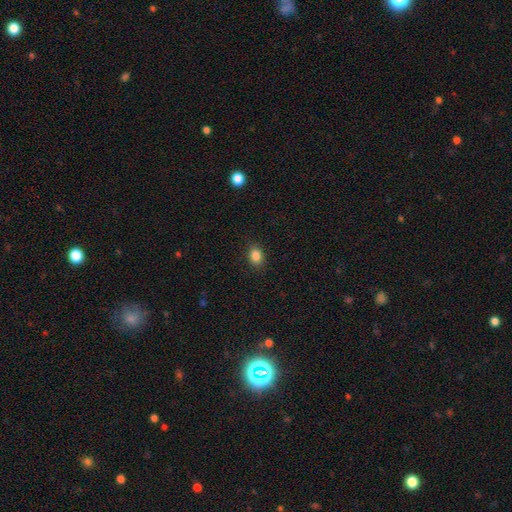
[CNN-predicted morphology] A smooth galaxy with no disk features (85%) that is in between round and cigar-shaped (61%).

Vote fractions:
- Smooth or featured? smooth: 85% / star or artifact: 10% / featured or disk: 4%
- How rounded? in between: 61% / round: 38% / cigar-shaped: 1%
- Merging? none: 87% / minor disturbance: 10% / major disturbance: 3% / merger: 1%